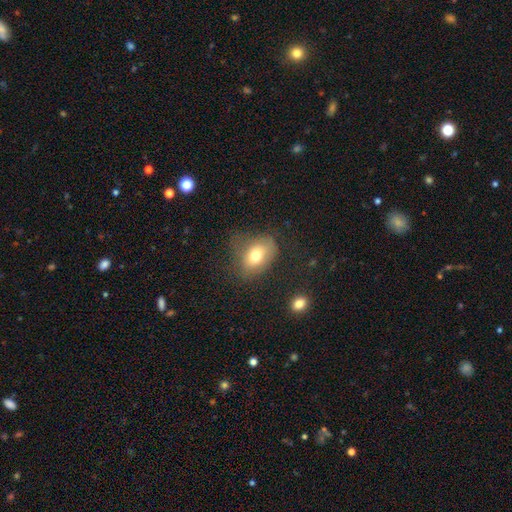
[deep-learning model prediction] Smooth or featured: smooth — 72% (featured or disk — 18%)
How rounded: in between — 78% (round — 21%)
Merging: none — 55% (minor disturbance — 27%)